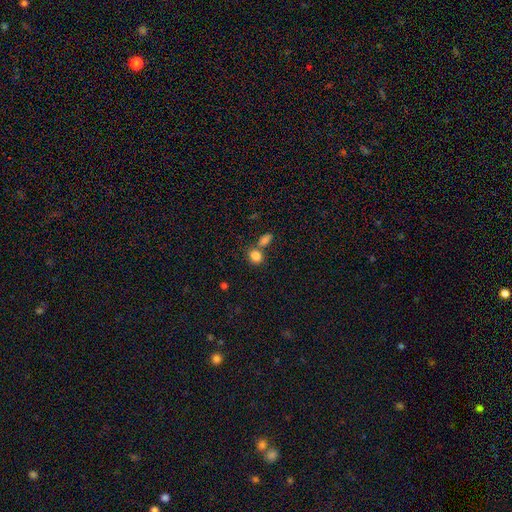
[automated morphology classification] Smooth or featured?
  - smooth: 83% *
  - star or artifact: 11%
  - featured or disk: 7%
How rounded?
  - round: 57% *
  - in between: 42%
  - cigar-shaped: 1%
Merging?
  - none: 52% *
  - merger: 34%
  - minor disturbance: 10%
  - major disturbance: 4%